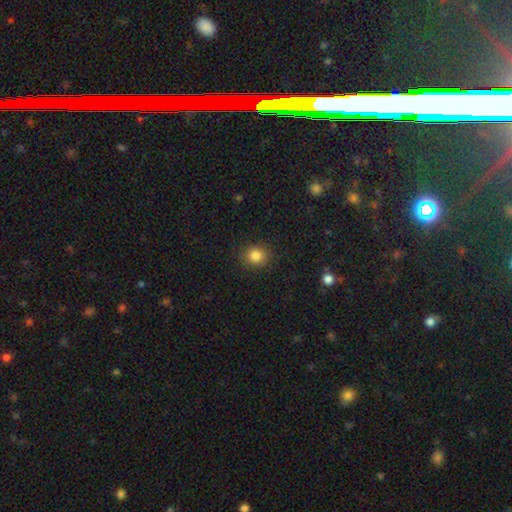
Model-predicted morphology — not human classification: smooth-or-featured: smooth: 84% | star or artifact: 11% | featured or disk: 5%
  how-rounded: round: 78% | in between: 22% | cigar-shaped: 1%
  merging: none: 89% | minor disturbance: 8% | major disturbance: 2% | merger: 1%